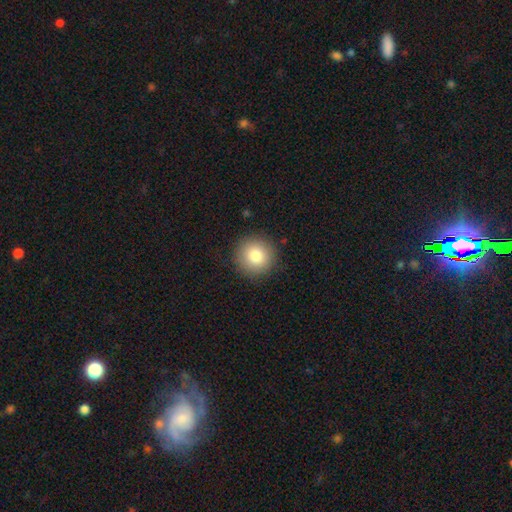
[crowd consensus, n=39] This appears to be a smooth galaxy with no disk features (85%) that is round (94%). Merging: none (95%).